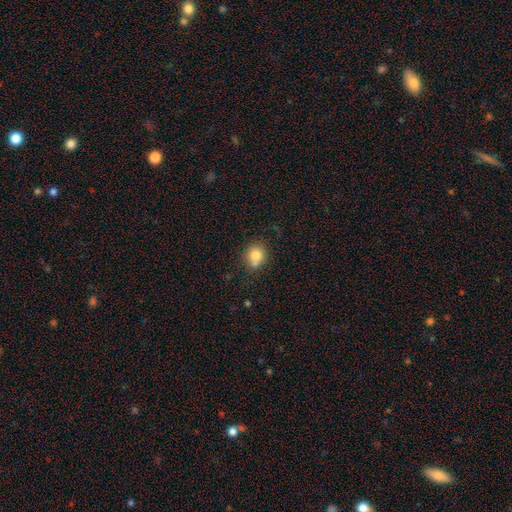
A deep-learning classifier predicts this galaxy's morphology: The model was most divided on "merging": none: 61%, merger: 20%, minor disturbance: 15%, major disturbance: 4%. More confident: smooth or featured — smooth (79%); how rounded — round (78%).